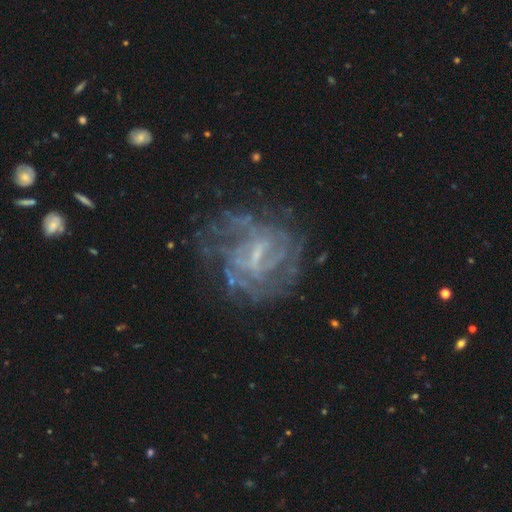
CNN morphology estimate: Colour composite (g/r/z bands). It shows a featured or disk galaxy (80%) with a weak bar (54%), tight (54%) spiral arms (77%) and a small central bulge (54%). Merging: none (65%).